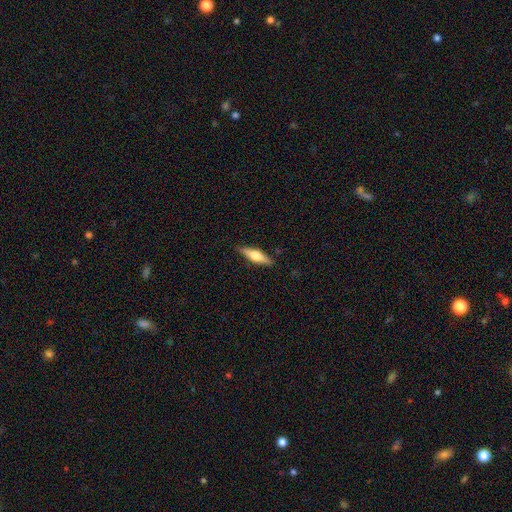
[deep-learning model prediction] The model was most divided on "smooth or featured" (2-way tie): smooth: 47%, featured or disk: 47%, star or artifact: 6%. More confident: merging — none (87%).